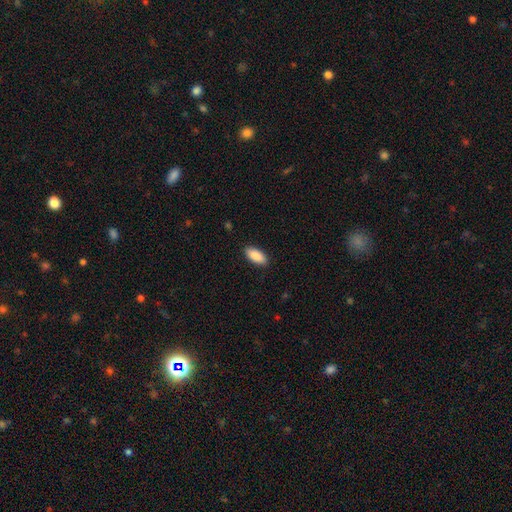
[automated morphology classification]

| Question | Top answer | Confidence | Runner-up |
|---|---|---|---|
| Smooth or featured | smooth | 90% | star or artifact (6%) |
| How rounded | in between | 90% | cigar-shaped (8%) |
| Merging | none | 88% | minor disturbance (9%) |